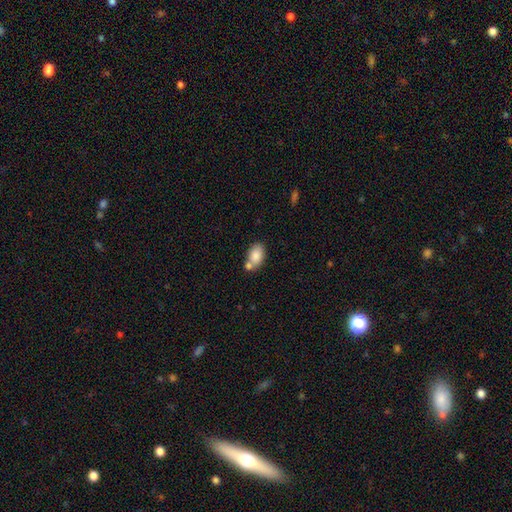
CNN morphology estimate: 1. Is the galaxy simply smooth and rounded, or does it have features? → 83% smooth, 10% featured or disk, 7% star or artifact.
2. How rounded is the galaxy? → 89% in between, 9% round, 2% cigar-shaped.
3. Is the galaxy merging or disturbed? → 50% none, 33% merger, 13% minor disturbance, 4% major disturbance.